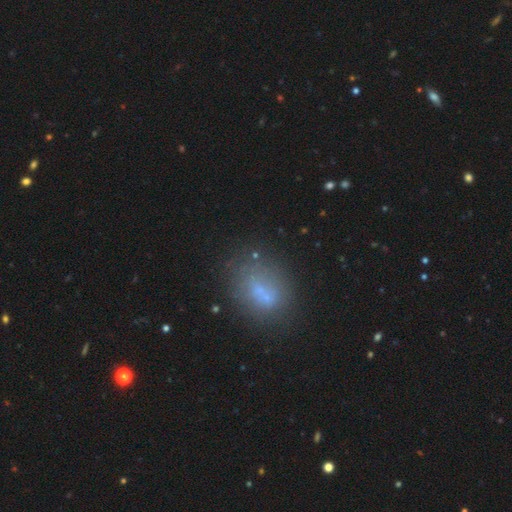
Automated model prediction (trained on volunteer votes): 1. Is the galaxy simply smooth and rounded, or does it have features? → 53% smooth, 29% featured or disk, 18% star or artifact.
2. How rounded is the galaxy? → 60% in between, 36% round, 3% cigar-shaped.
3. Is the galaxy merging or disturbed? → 53% none, 19% minor disturbance, 16% merger, 13% major disturbance.